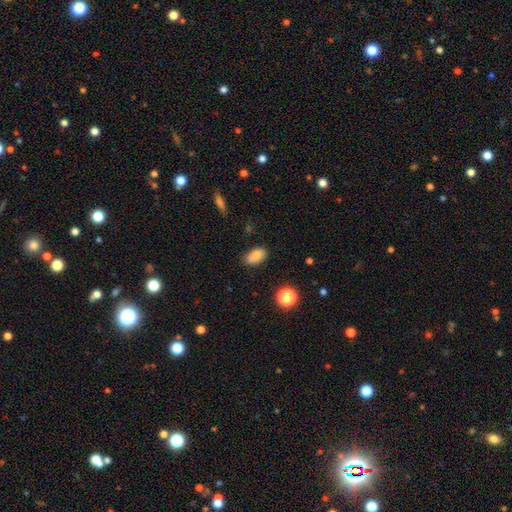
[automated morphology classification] type=smooth (79%); roundness=in between (89%); merging=none (74%).